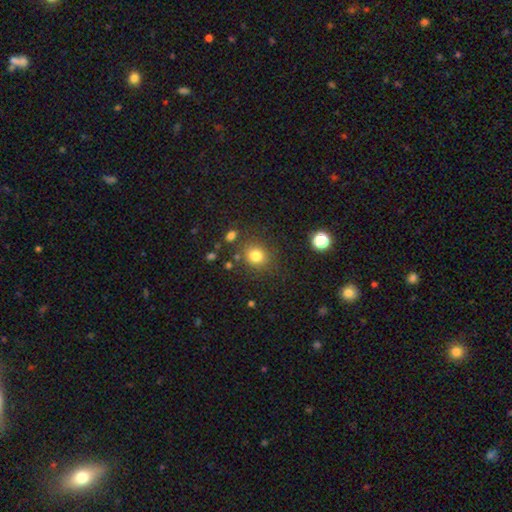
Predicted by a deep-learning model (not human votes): smooth 80%, star or artifact 14%, featured or disk 7%. Down the decision tree: how rounded — round (82%); merging — none (82%).